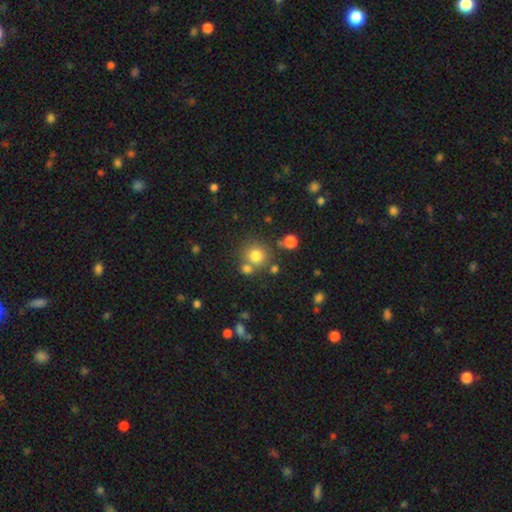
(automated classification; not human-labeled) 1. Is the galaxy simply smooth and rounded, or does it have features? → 78% smooth, 14% star or artifact, 8% featured or disk.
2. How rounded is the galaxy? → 89% round, 10% in between, 1% cigar-shaped.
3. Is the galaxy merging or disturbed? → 69% none, 18% merger, 9% minor disturbance, 4% major disturbance.